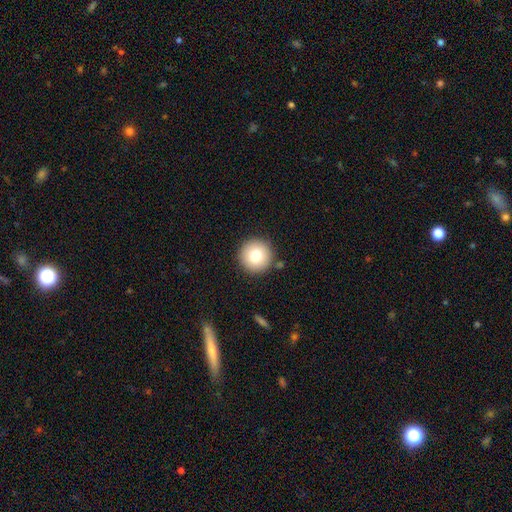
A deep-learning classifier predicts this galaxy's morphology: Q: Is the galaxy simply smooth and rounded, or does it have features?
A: smooth — 77%.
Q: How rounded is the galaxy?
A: round — 96%.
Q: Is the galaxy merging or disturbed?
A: none — 88%.